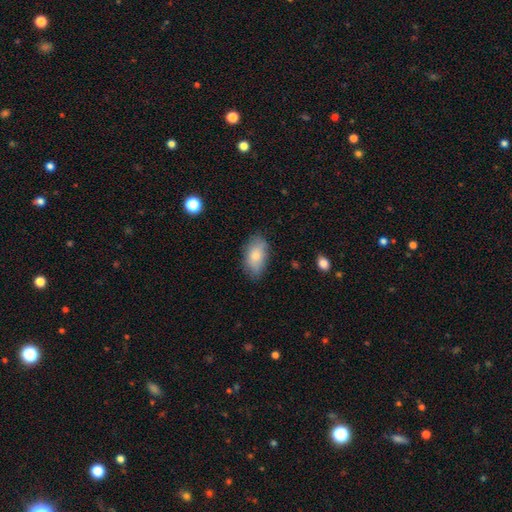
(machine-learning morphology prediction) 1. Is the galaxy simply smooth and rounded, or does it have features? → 80% smooth, 14% featured or disk, 7% star or artifact.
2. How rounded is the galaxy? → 93% in between, 5% round, 2% cigar-shaped.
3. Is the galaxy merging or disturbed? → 76% none, 18% minor disturbance, 4% major disturbance, 1% merger.